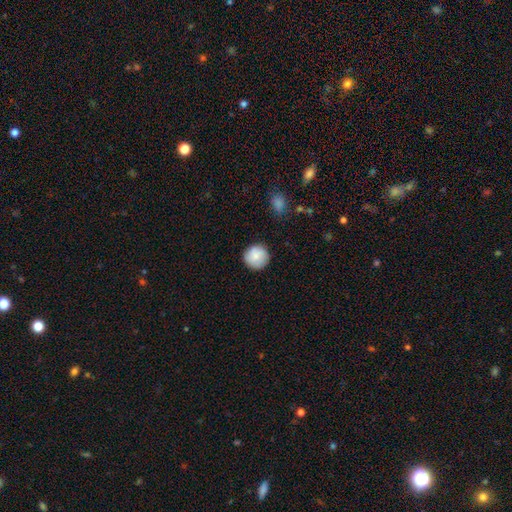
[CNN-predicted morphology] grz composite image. It shows a smooth galaxy with no disk features (83%) that is round (94%). Merging: none (85%).